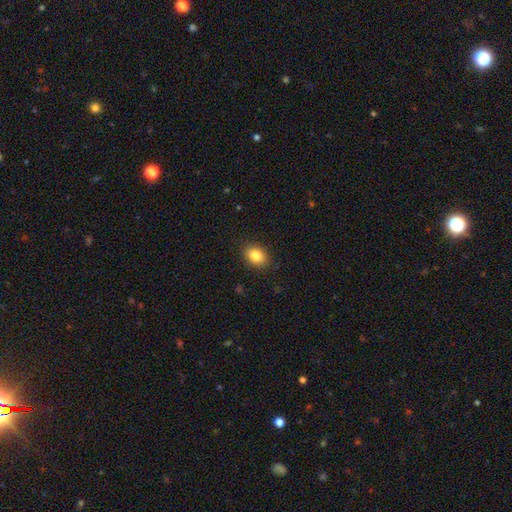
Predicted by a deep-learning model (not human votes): Smooth or featured?
  - smooth: 85% *
  - star or artifact: 9%
  - featured or disk: 6%
How rounded?
  - in between: 76% *
  - round: 23%
  - cigar-shaped: 1%
Merging?
  - none: 87% *
  - minor disturbance: 9%
  - major disturbance: 2%
  - merger: 1%